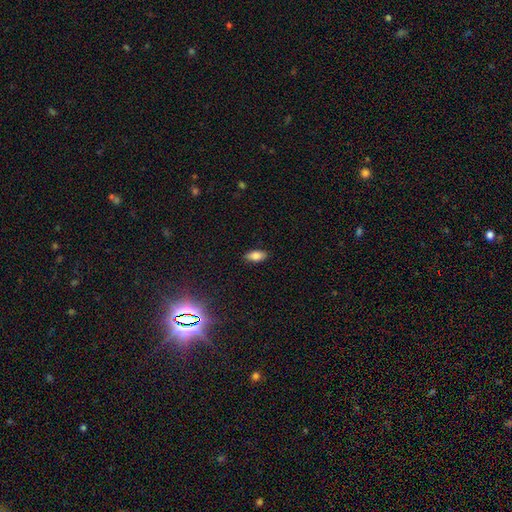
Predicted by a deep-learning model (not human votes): smooth_or_featured: smooth (p=0.82) [alt: star or artifact p=0.10]
how_rounded: in between (p=0.89) [alt: cigar-shaped p=0.08]
merging: none (p=0.88) [alt: minor disturbance p=0.09]